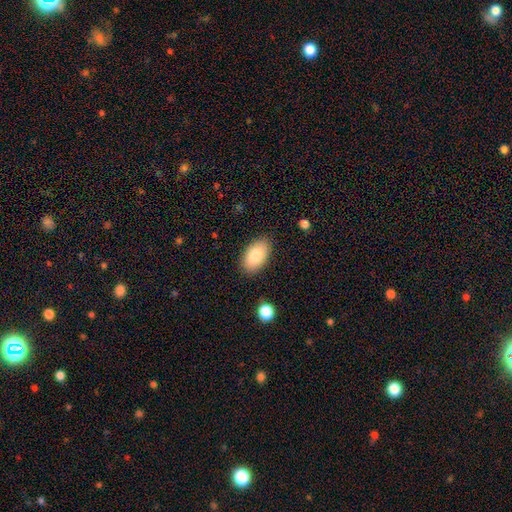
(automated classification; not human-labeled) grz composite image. It shows a smooth galaxy with no disk features (82%) that is in between round and cigar-shaped (94%). Merging: none (86%).